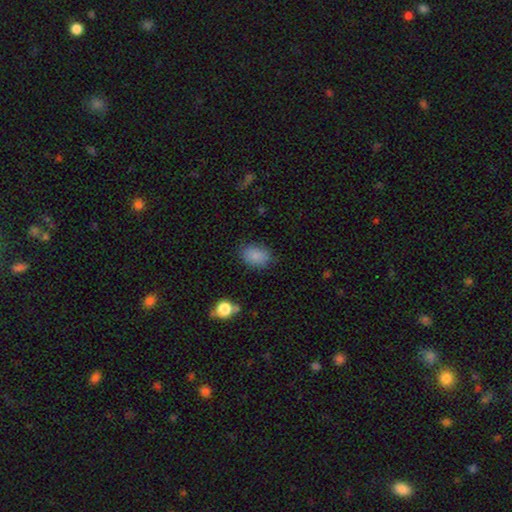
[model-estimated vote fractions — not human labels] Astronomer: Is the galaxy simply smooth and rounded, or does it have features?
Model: smooth — 86%.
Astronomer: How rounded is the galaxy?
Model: in between — 73%.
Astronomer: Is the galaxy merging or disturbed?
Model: none — 81%.